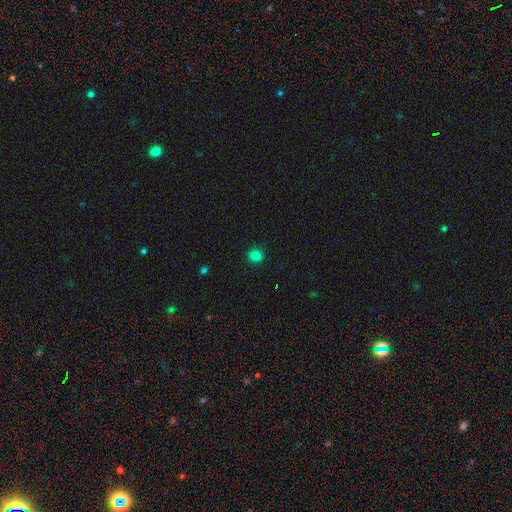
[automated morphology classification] The model was most divided on "how rounded": round: 83%, in between: 16%, cigar-shaped: 1%. More confident: merging — none (92%); smooth or featured — smooth (82%).